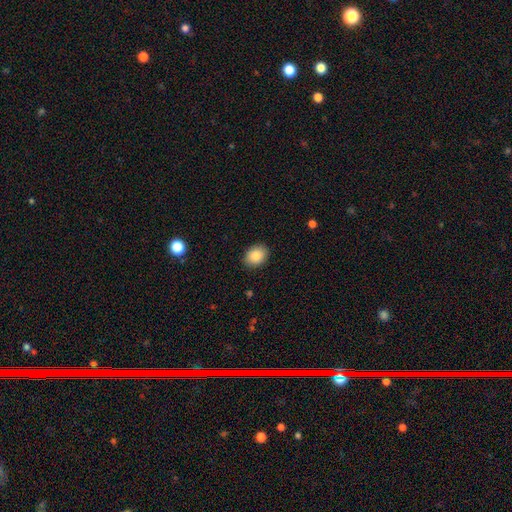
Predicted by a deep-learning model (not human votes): Smooth or featured? smooth (88%)
How rounded? in between (63%)
Merging? none (88%)